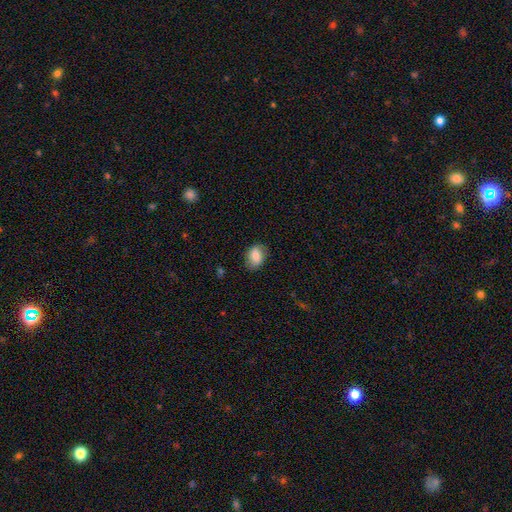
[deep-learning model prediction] Smooth or featured? Predicted: smooth (p=0.78). How rounded? Predicted: in between (p=0.75). Merging? Predicted: none (p=0.75).